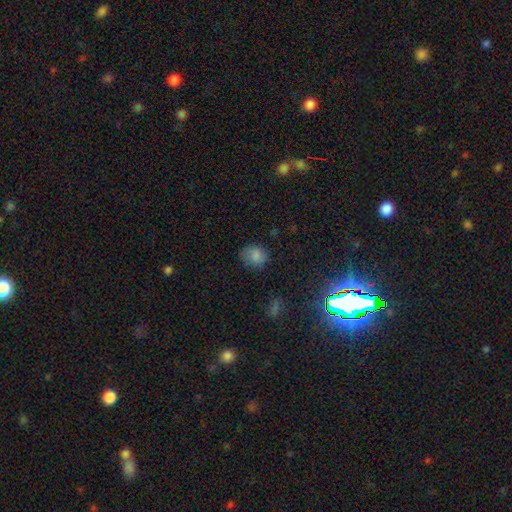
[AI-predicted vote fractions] A smooth galaxy with no disk features (81%) that is round (66%). Merging: none (74%).